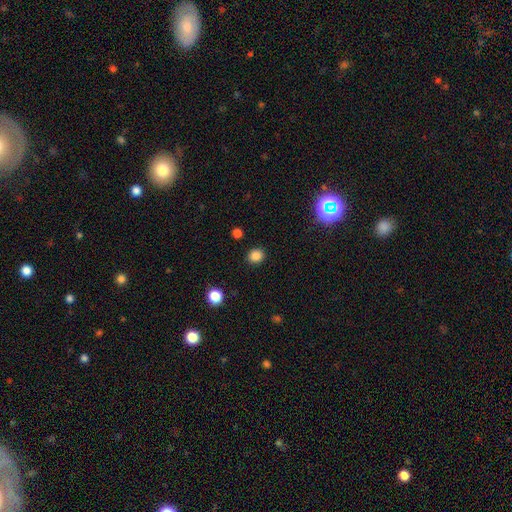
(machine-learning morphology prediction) Q: Smooth or featured?
A: smooth (84%); runner-up: star or artifact (12%)
Q: How rounded?
A: round (77%); runner-up: in between (22%)
Q: Merging?
A: none (90%); runner-up: minor disturbance (7%)